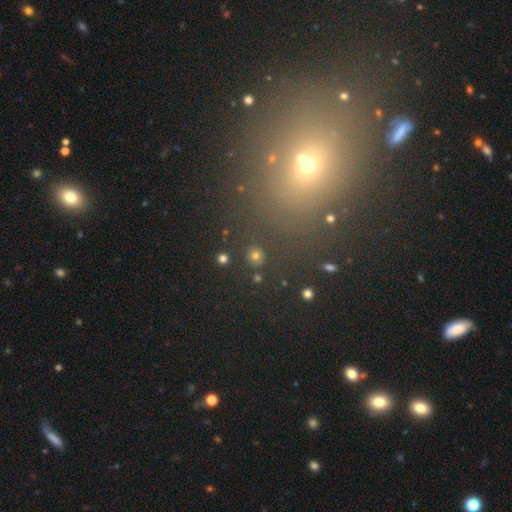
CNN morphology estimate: This is possibly a star or artifact rather than a galaxy (53%).